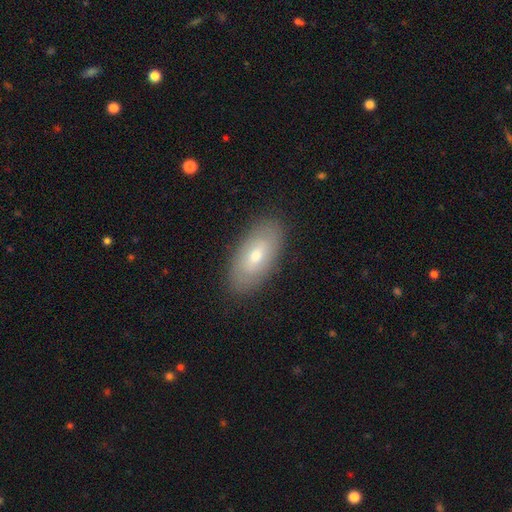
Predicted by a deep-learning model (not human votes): smooth 55%, featured or disk 38%, star or artifact 7%. Down the decision tree: how rounded — in between (91%); merging — none (87%).